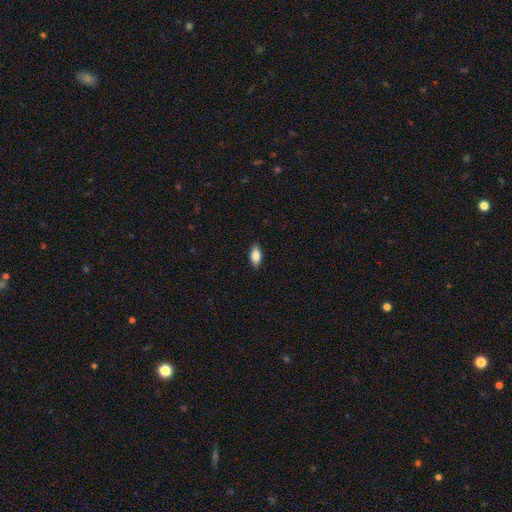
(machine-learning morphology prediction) A smooth galaxy with no disk features (84%) that is in between round and cigar-shaped (89%). Merging: none (88%).